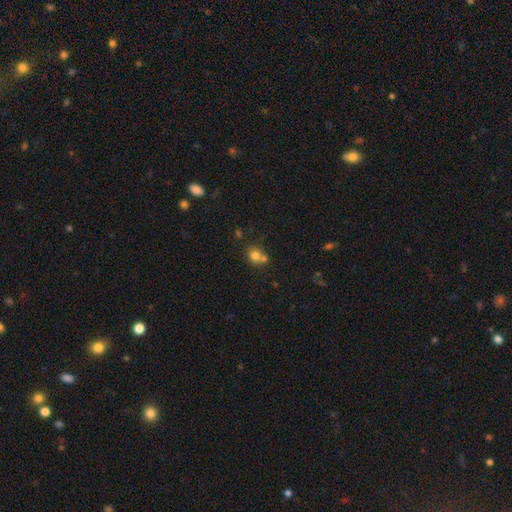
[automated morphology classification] Smooth or featured? smooth (76%)
How rounded? round (71%)
Merging? none (46%)